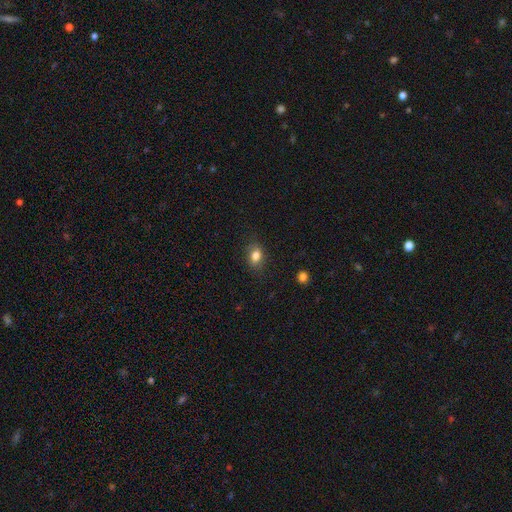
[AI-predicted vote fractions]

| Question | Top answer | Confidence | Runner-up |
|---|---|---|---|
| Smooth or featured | smooth | 82% | star or artifact (10%) |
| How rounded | in between | 76% | round (22%) |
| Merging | none | 80% | minor disturbance (15%) |